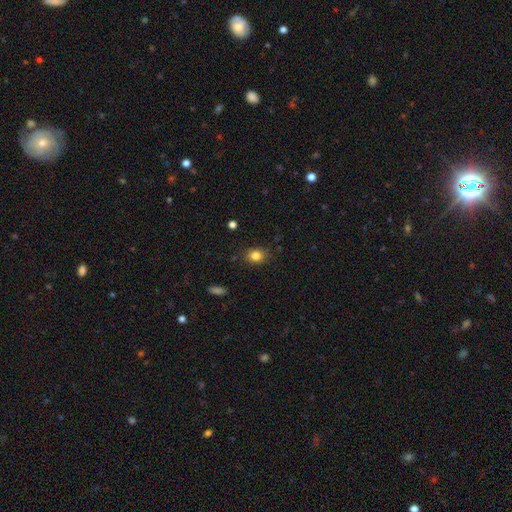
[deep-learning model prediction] A smooth galaxy with no disk features (83%) that is round (54%).

Vote fractions:
- Smooth or featured? smooth: 83% / star or artifact: 11% / featured or disk: 6%
- How rounded? round: 54% / in between: 45% / cigar-shaped: 1%
- Merging? none: 84% / minor disturbance: 12% / major disturbance: 3% / merger: 2%